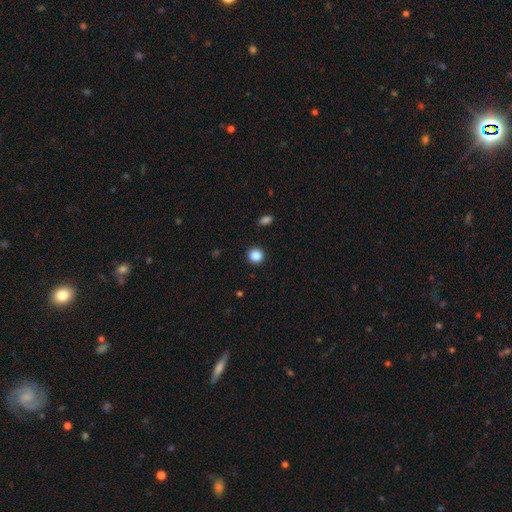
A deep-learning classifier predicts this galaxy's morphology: A smooth galaxy with no disk features (86%) that is round (89%).

Vote fractions:
- Smooth or featured? smooth: 86% / star or artifact: 11% / featured or disk: 3%
- How rounded? round: 89% / in between: 10% / cigar-shaped: 1%
- Merging? none: 91% / minor disturbance: 6% / major disturbance: 2% / merger: 1%